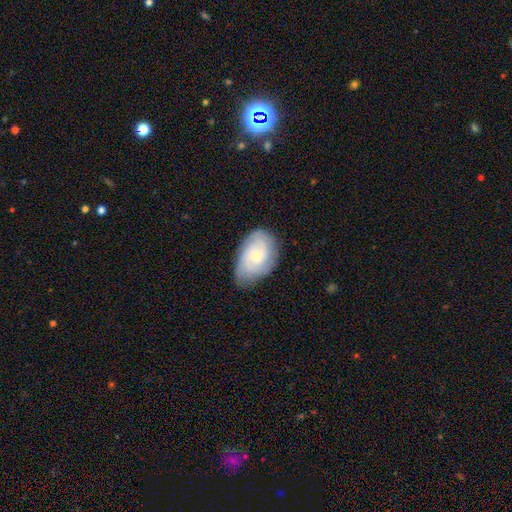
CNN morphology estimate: This is likely a featured or disk galaxy (64%). It is clearly not viewed edge-on (96%). Bar: likely no (72%). Spiral arm pattern: clearly yes (92%). Spiral arm count: marginally can't tell (35%). Spiral winding: possibly tight (59%). Central bulge: likely small (60%). Merging: likely none (72%).